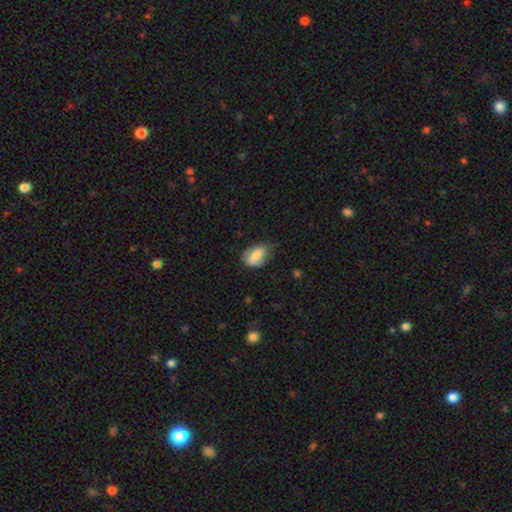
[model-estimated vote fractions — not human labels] This is likely a smooth galaxy (74%). How rounded: clearly in between (86%). Merging: possibly none (52%).